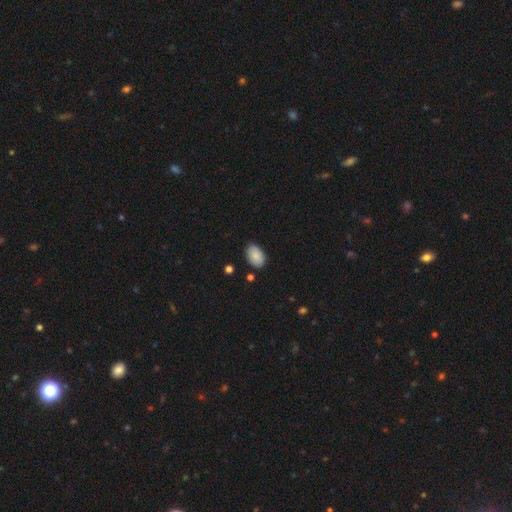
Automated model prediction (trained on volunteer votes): Smooth or featured? Predicted: smooth (p=0.85). How rounded? Predicted: in between (p=0.90). Merging? Predicted: none (p=0.81).